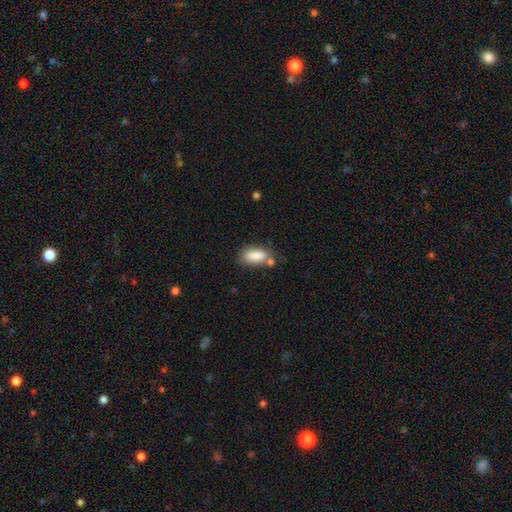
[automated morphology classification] Smooth or featured?
  - smooth: 85% *
  - featured or disk: 8%
  - star or artifact: 7%
How rounded?
  - in between: 85% *
  - cigar-shaped: 12%
  - round: 3%
Merging?
  - none: 59% *
  - minor disturbance: 20%
  - merger: 15%
  - major disturbance: 6%